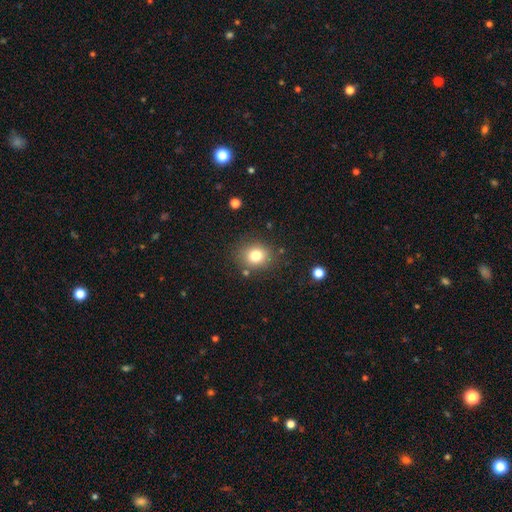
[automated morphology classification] smooth-or-featured: smooth: 79% | star or artifact: 12% | featured or disk: 9%
  how-rounded: round: 71% | in between: 28% | cigar-shaped: 1%
  merging: none: 82% | minor disturbance: 10% | merger: 4% | major disturbance: 4%